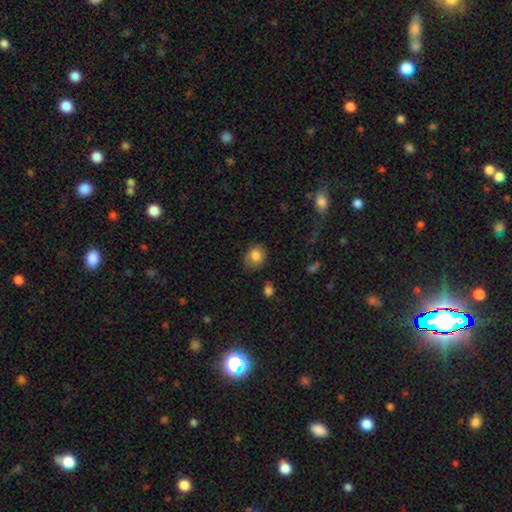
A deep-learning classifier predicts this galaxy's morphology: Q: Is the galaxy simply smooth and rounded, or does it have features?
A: smooth — 83%.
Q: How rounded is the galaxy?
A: round — 61%.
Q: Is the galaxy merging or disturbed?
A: none — 75%.